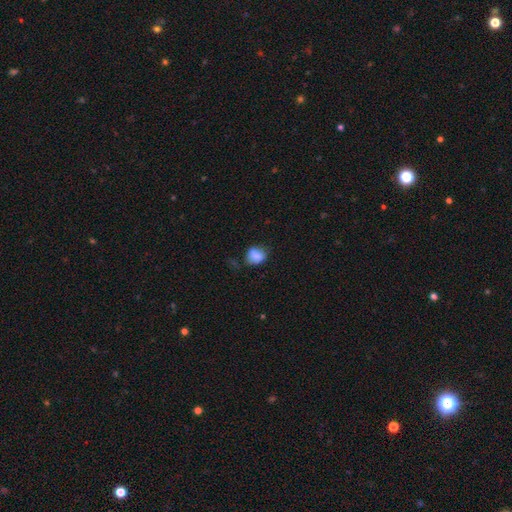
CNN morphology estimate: Smooth or featured? Predicted: smooth (p=0.80). How rounded? Predicted: round (p=0.51). Merging? Predicted: none (p=0.57).